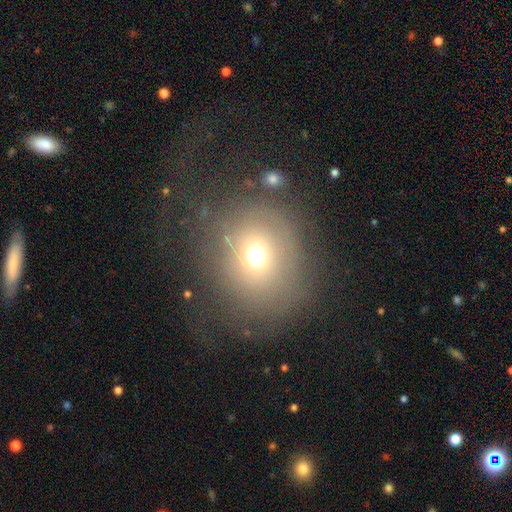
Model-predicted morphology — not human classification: smooth-or-featured: smooth: 65% | star or artifact: 20% | featured or disk: 15%
  how-rounded: round: 79% | in between: 20% | cigar-shaped: 1%
  merging: none: 72% | minor disturbance: 14% | major disturbance: 11% | merger: 4%